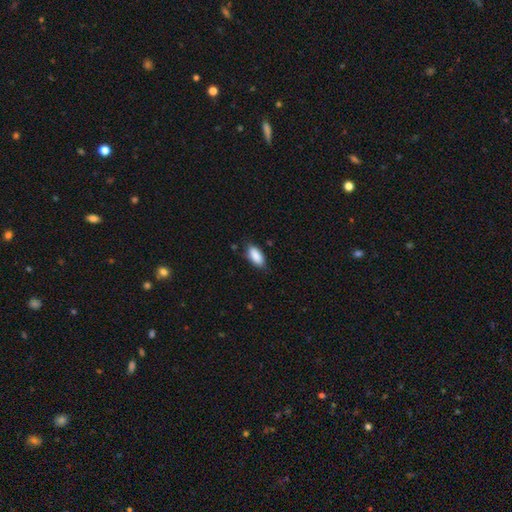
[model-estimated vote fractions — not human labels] Overall: smooth (89%). How rounded: in between (90%). Merging: none (78%).